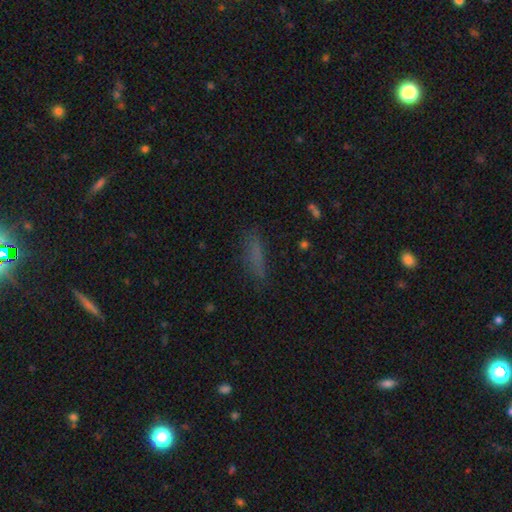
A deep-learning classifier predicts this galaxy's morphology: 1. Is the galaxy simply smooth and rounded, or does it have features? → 69% smooth, 15% star or artifact, 15% featured or disk.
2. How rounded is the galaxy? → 72% cigar-shaped, 25% in between, 3% round.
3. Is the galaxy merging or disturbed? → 77% none, 15% minor disturbance, 6% major disturbance, 2% merger.